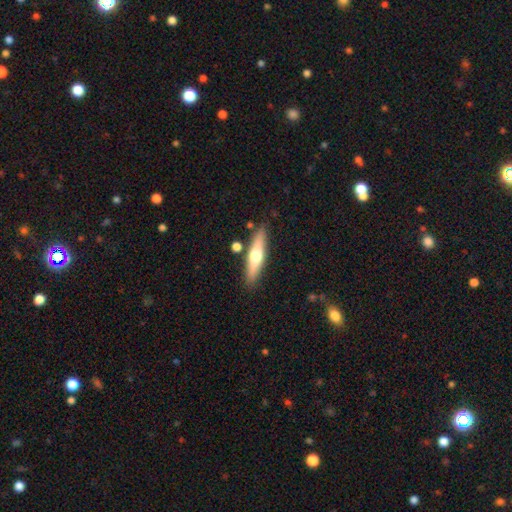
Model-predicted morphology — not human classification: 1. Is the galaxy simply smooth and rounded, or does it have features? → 47% smooth (tied), 47% featured or disk (tied), 6% star or artifact.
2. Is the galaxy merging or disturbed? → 84% none, 10% minor disturbance, 4% merger, 2% major disturbance.